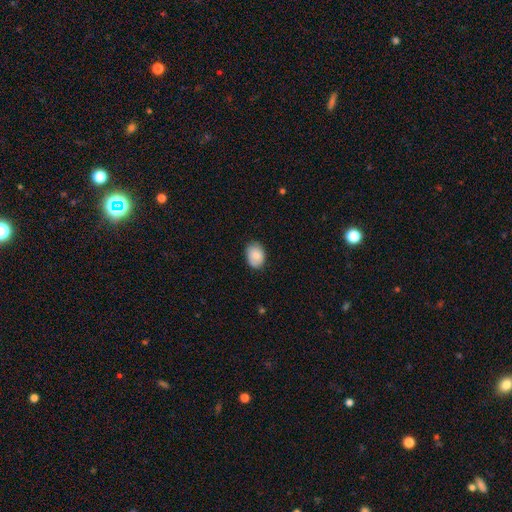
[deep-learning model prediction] smooth-or-featured: smooth: 85% | featured or disk: 8% | star or artifact: 7%
  how-rounded: in between: 76% | round: 23% | cigar-shaped: 1%
  merging: none: 79% | minor disturbance: 17% | major disturbance: 3% | merger: 1%